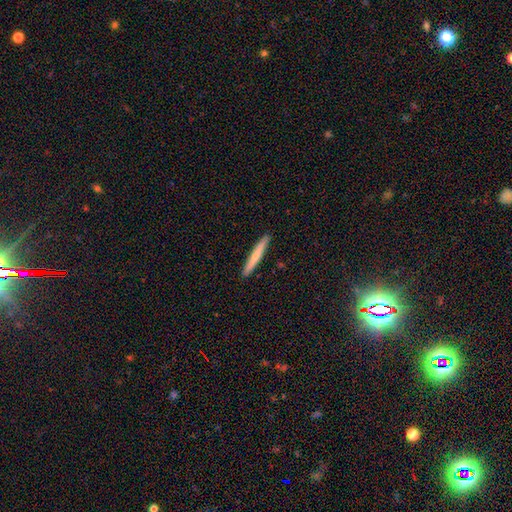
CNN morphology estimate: smooth 61%, featured or disk 34%, star or artifact 6%. Down the decision tree: how rounded — cigar-shaped (96%); merging — none (92%).